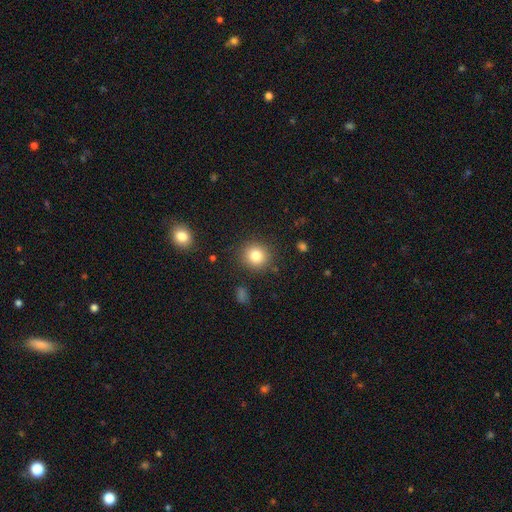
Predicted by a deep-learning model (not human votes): Overall: smooth (82%). How rounded: round (91%). Merging: none (88%).